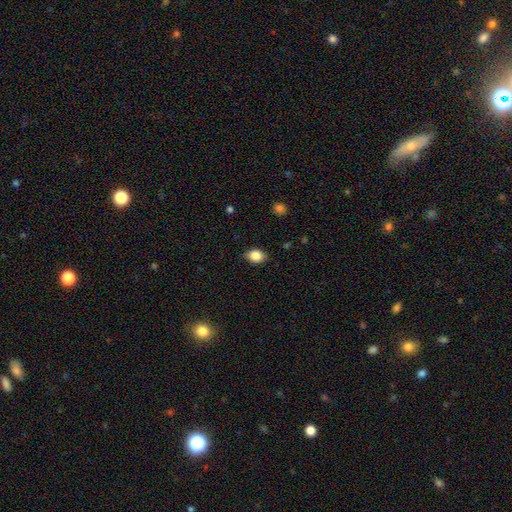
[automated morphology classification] A smooth galaxy with no disk features (83%) that is in between round and cigar-shaped (71%). Merging: none (78%).